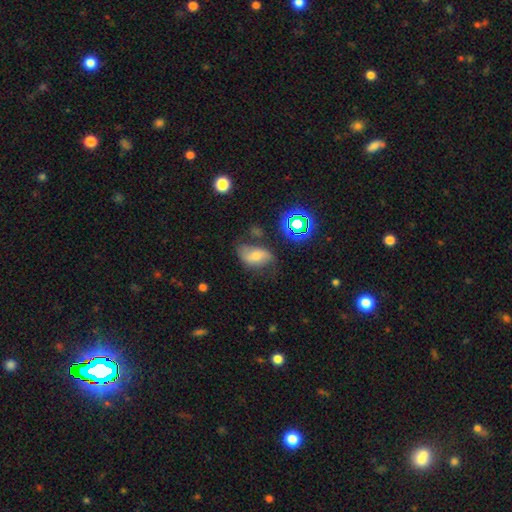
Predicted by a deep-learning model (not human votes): A smooth galaxy with no disk features (43%). Merging: none (53%).